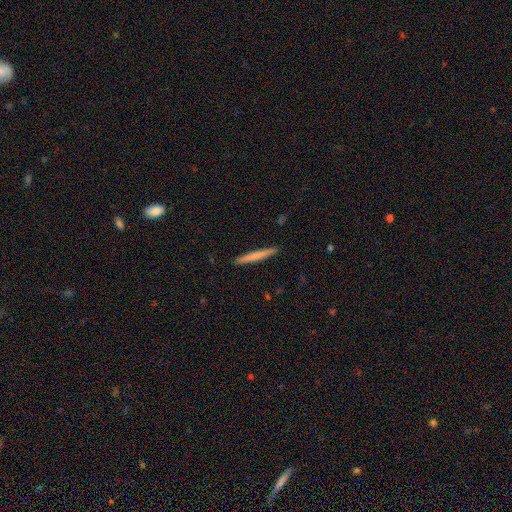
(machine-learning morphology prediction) This appears to be a smooth galaxy with no disk features (66%) that is cigar-shaped (97%). Merging: none (92%).